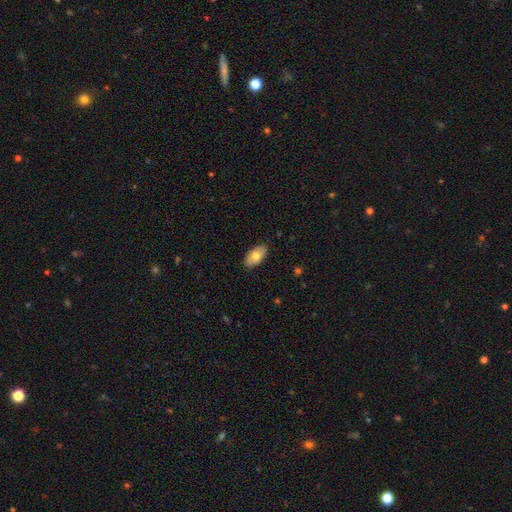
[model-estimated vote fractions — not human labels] Q: Smooth or featured?
A: smooth (66%); runner-up: featured or disk (28%)
Q: How rounded?
A: in between (94%); runner-up: round (4%)
Q: Merging?
A: none (85%); runner-up: minor disturbance (12%)